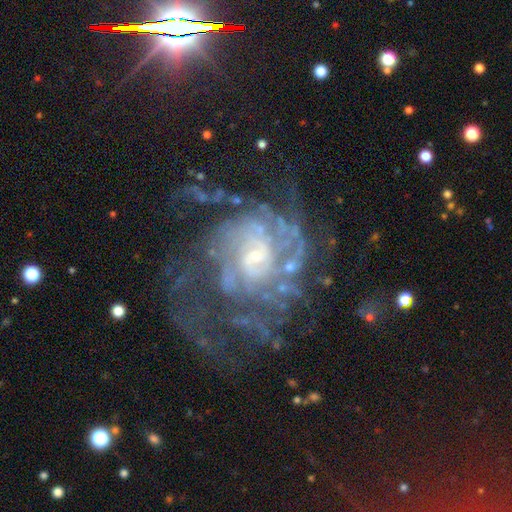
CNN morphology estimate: The model was most divided on "bar": no: 54%, weak: 37%, strong: 9%. Remaining: edge-on disk — no (98%); spiral arms — yes (91%); smooth or featured — featured or disk (86%); bulge size — small (60%); spiral winding — tight (52%); merging — none (52%); spiral arm count — can't tell (41%).